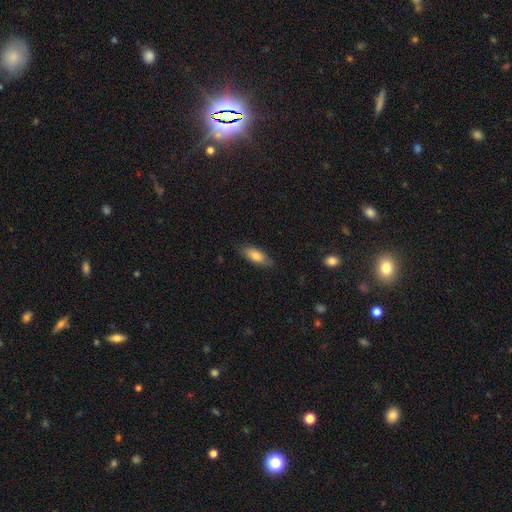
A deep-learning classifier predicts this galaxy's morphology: A smooth galaxy with no disk features (79%) that is in between round and cigar-shaped (77%).

Vote fractions:
- Smooth or featured? smooth: 79% / featured or disk: 15% / star or artifact: 6%
- How rounded? in between: 77% / cigar-shaped: 21% / round: 2%
- Merging? none: 81% / minor disturbance: 15% / major disturbance: 3% / merger: 1%